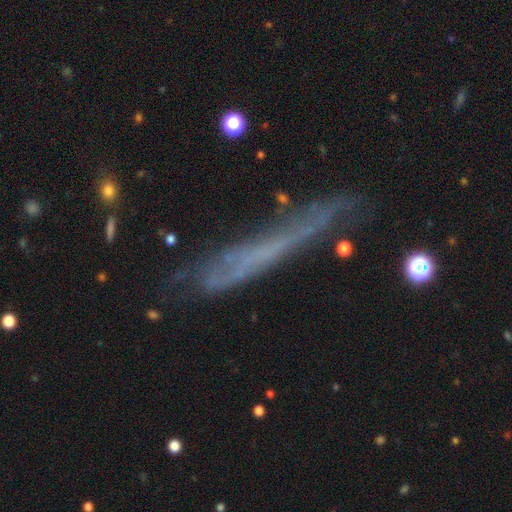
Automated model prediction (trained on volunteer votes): Smooth or featured?
  - featured or disk: 54% *
  - smooth: 34%
  - star or artifact: 11%
Edge-on disk?
  - yes: 76% *
  - no: 24%
Merging?
  - none: 54% *
  - minor disturbance: 26%
  - major disturbance: 14%
  - merger: 5%